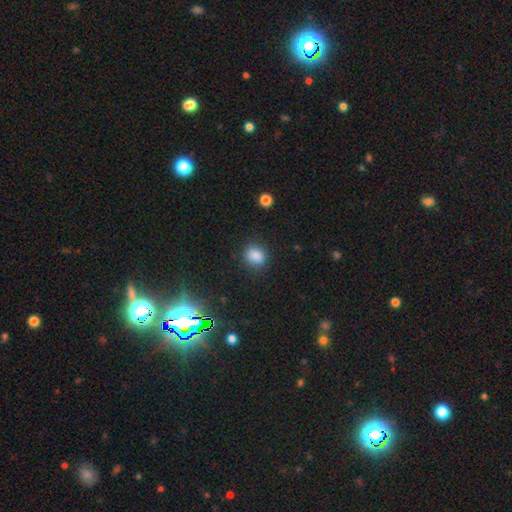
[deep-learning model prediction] smooth-or-featured: smooth: 84% | star or artifact: 11% | featured or disk: 4%
  how-rounded: round: 57% | in between: 41% | cigar-shaped: 1%
  merging: none: 80% | minor disturbance: 13% | major disturbance: 5% | merger: 2%